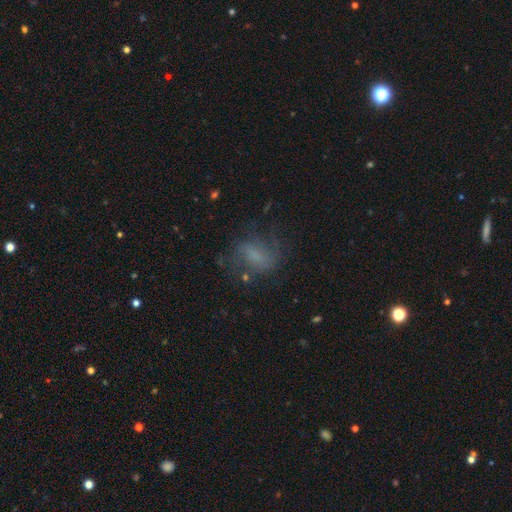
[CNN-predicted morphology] Smooth or featured?
  - featured or disk: 45% *
  - smooth: 40%
  - star or artifact: 15%
Merging?
  - none: 60% *
  - minor disturbance: 20%
  - major disturbance: 18%
  - merger: 2%